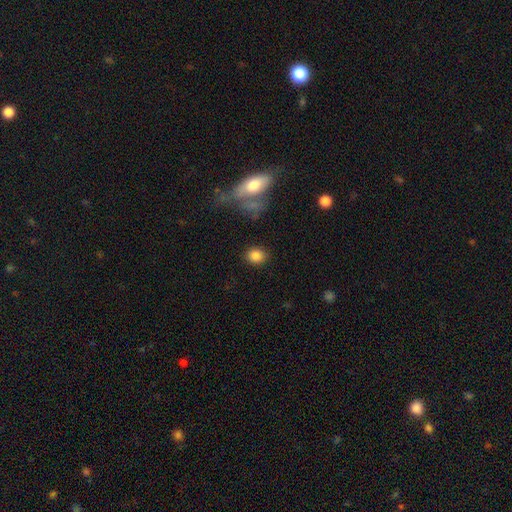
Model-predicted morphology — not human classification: Q: Smooth or featured?
A: smooth (85%); runner-up: star or artifact (9%)
Q: How rounded?
A: round (58%); runner-up: in between (40%)
Q: Merging?
A: none (85%); runner-up: minor disturbance (8%)